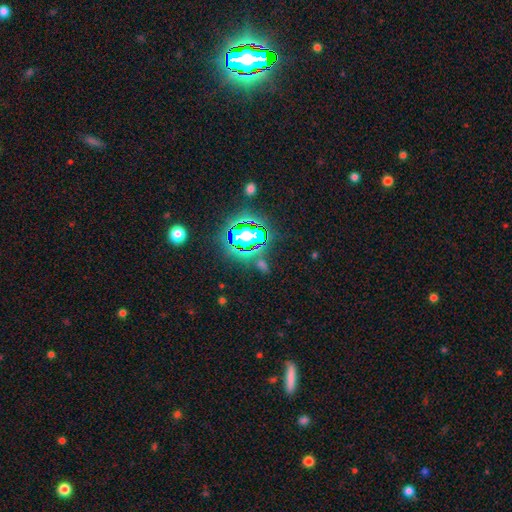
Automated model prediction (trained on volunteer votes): The model was most divided on "smooth or featured": star or artifact: 80%, smooth: 12%, featured or disk: 8%.